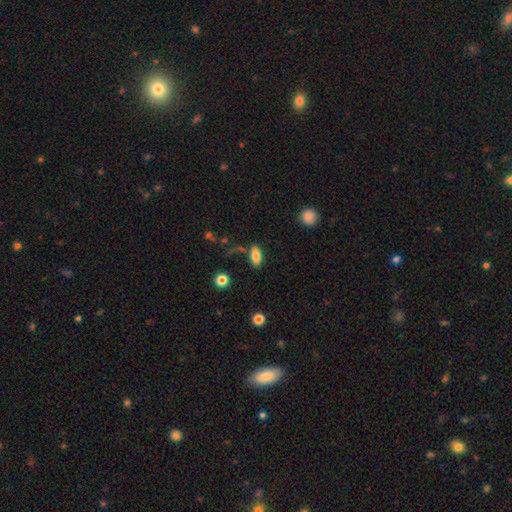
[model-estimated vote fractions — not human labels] smooth_or_featured: smooth (p=0.77) [alt: featured or disk p=0.14]
how_rounded: in between (p=0.82) [alt: cigar-shaped p=0.14]
merging: none (p=0.73) [alt: minor disturbance p=0.16]